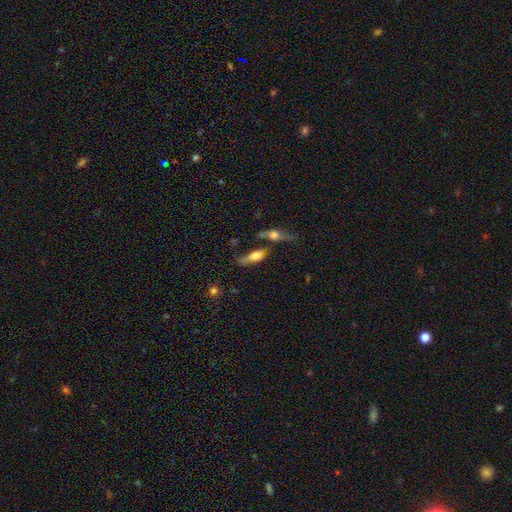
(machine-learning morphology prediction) type=smooth (56%); roundness=in between (62%); merging=none (39%).